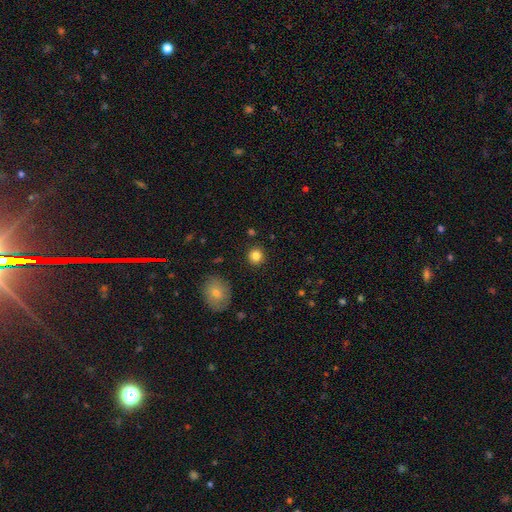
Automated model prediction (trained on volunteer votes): smooth-or-featured: smooth: 83% | star or artifact: 11% | featured or disk: 6%
  how-rounded: round: 92% | in between: 7% | cigar-shaped: 1%
  merging: none: 91% | minor disturbance: 6% | major disturbance: 2% | merger: 2%